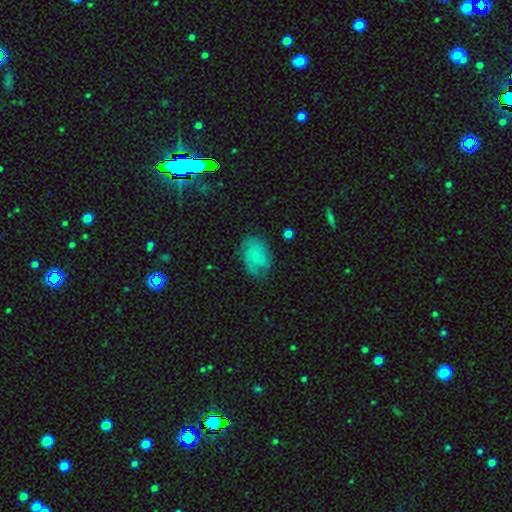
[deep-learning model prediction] Smooth or featured?
  - smooth: 62% *
  - featured or disk: 29%
  - star or artifact: 9%
How rounded?
  - in between: 81% *
  - round: 17%
  - cigar-shaped: 1%
Merging?
  - none: 61% *
  - minor disturbance: 28%
  - major disturbance: 10%
  - merger: 2%